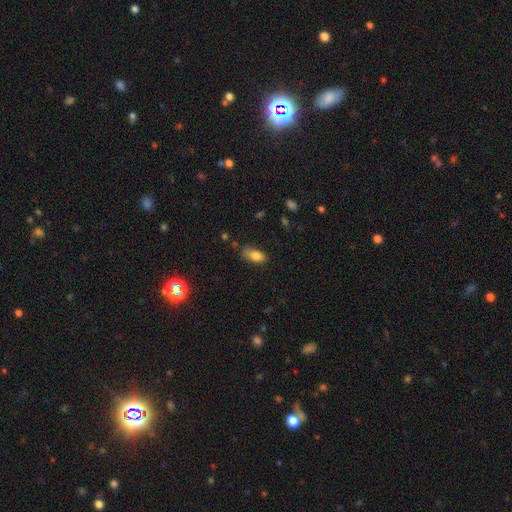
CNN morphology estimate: Overall: smooth (81%). How rounded: in between (85%). Merging: none (62%; minor disturbance 27%).